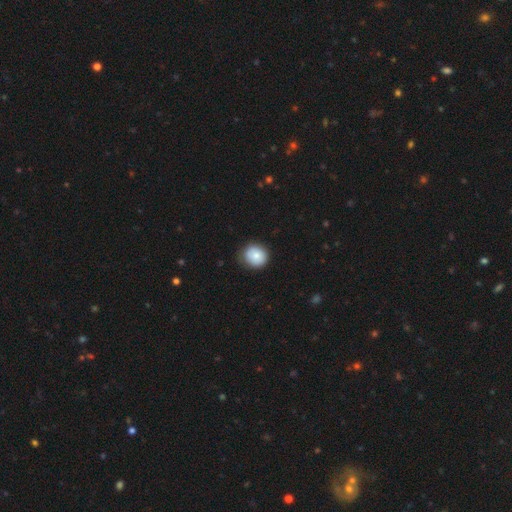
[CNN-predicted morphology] smooth-or-featured: smooth: 81% | featured or disk: 11% | star or artifact: 8%
  how-rounded: round: 85% | in between: 15% | cigar-shaped: 1%
  merging: none: 81% | minor disturbance: 15% | major disturbance: 3% | merger: 1%